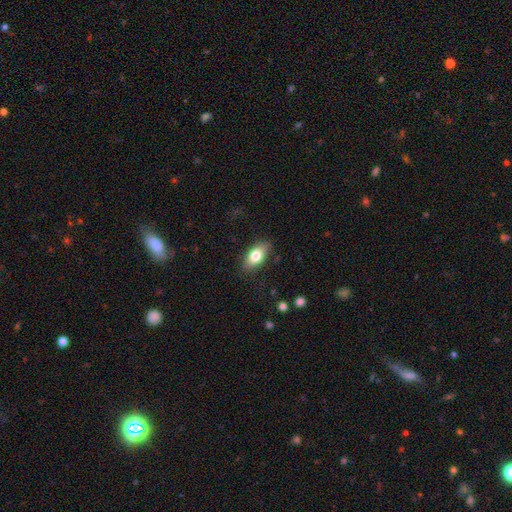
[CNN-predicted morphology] Smooth or featured?
  - smooth: 77% *
  - featured or disk: 16%
  - star or artifact: 7%
How rounded?
  - in between: 88% *
  - cigar-shaped: 7%
  - round: 5%
Merging?
  - none: 83% *
  - minor disturbance: 12%
  - major disturbance: 3%
  - merger: 1%